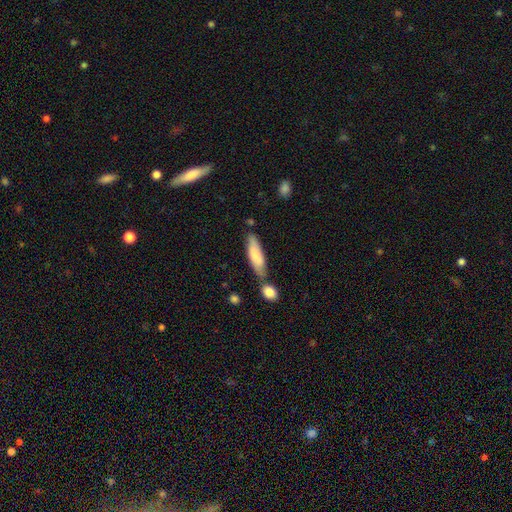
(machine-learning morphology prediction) Smooth or featured? Predicted: smooth (p=0.76). How rounded? Predicted: cigar-shaped (p=0.59). Merging? Predicted: none (p=0.58).